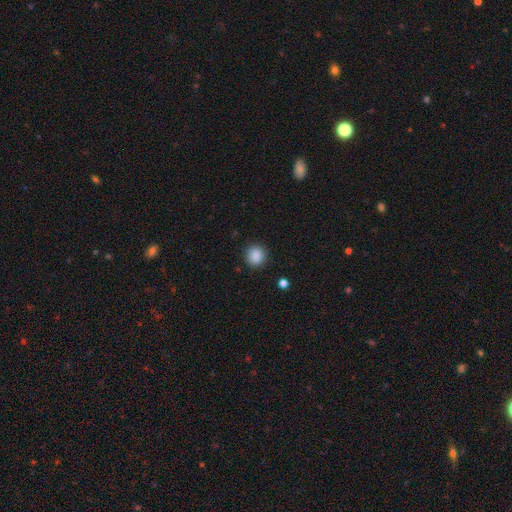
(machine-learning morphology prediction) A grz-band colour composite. It shows a smooth galaxy with no disk features (88%) that is round (89%). Merging: none (89%).